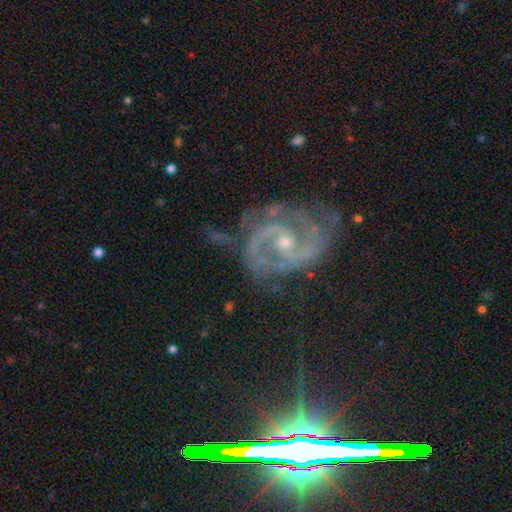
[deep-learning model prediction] smooth_or_featured: featured or disk (p=0.86) [alt: star or artifact p=0.10]
disk_edge_on: no (p=0.97) [alt: yes p=0.03]
bar: no (p=0.45) [alt: weak p=0.39]
has_spiral_arms: yes (p=0.98) [alt: no p=0.02]
spiral_winding: medium (p=0.55) [alt: tight p=0.33]
spiral_arm_count: 2 (p=0.82) [alt: 3 p=0.06]
bulge_size: small (p=0.62) [alt: moderate p=0.34]
merging: none (p=0.67) [alt: minor disturbance p=0.20]